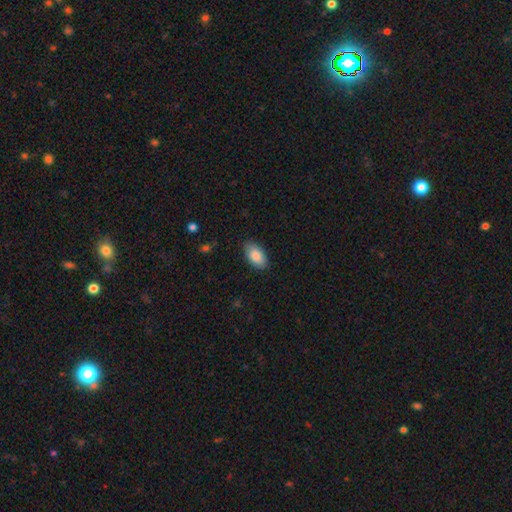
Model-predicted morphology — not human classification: Overall: smooth (86%). How rounded: in between (94%). Merging: none (85%).